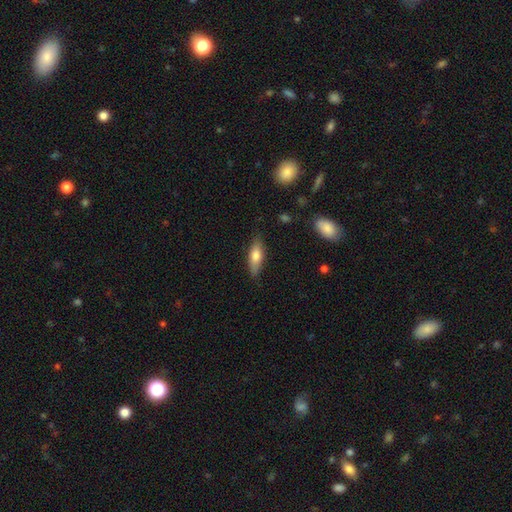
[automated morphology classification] smooth 67%, featured or disk 26%, star or artifact 6%. Down the decision tree: how rounded — in between (57%); merging — none (83%).